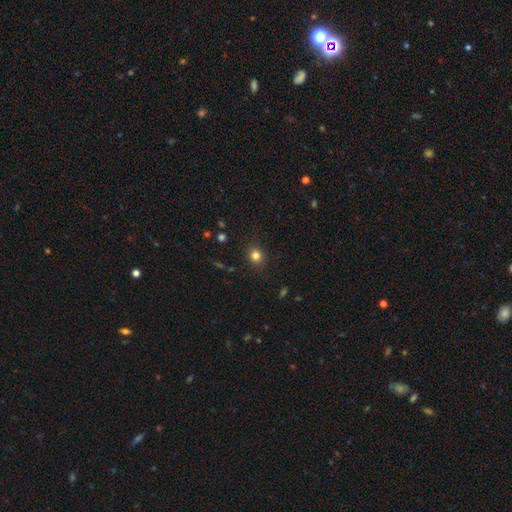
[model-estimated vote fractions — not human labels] This appears to be a smooth galaxy with no disk features (81%) that is round (75%). Merging: none (88%).